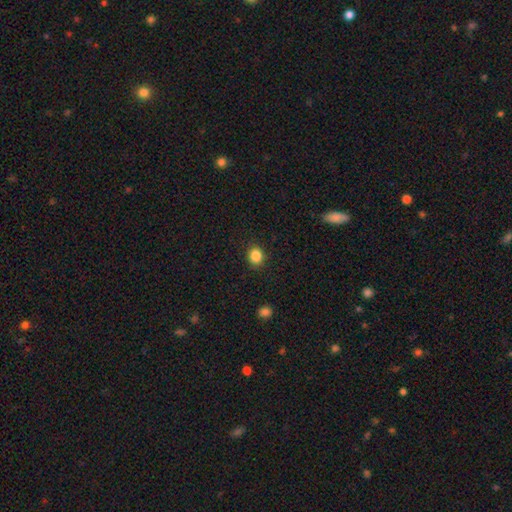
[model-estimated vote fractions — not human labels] Smooth or featured? Predicted: smooth (p=0.86). How rounded? Predicted: round (p=0.70). Merging? Predicted: none (p=0.89).